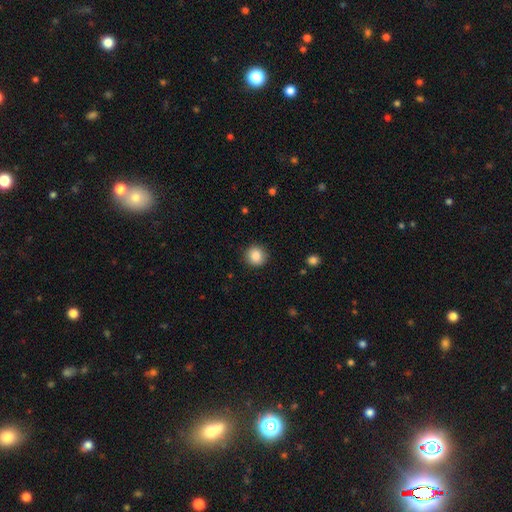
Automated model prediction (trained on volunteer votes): Smooth or featured?
  - smooth: 86% *
  - star or artifact: 9%
  - featured or disk: 5%
How rounded?
  - round: 93% *
  - in between: 6%
  - cigar-shaped: 1%
Merging?
  - none: 91% *
  - minor disturbance: 6%
  - major disturbance: 2%
  - merger: 1%